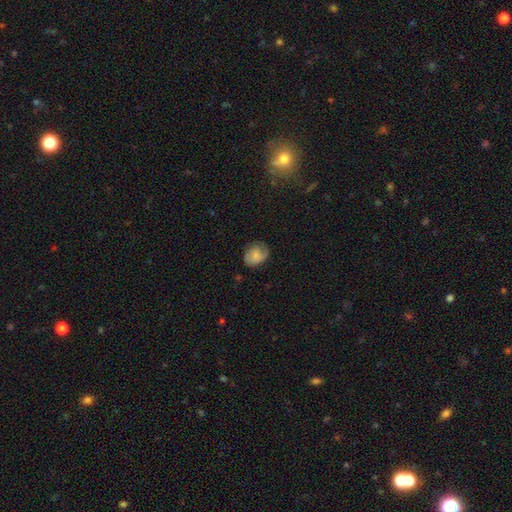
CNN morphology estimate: Smooth or featured? Predicted: smooth (p=0.62). How rounded? Predicted: in between (p=0.54). Merging? Predicted: none (p=0.62).